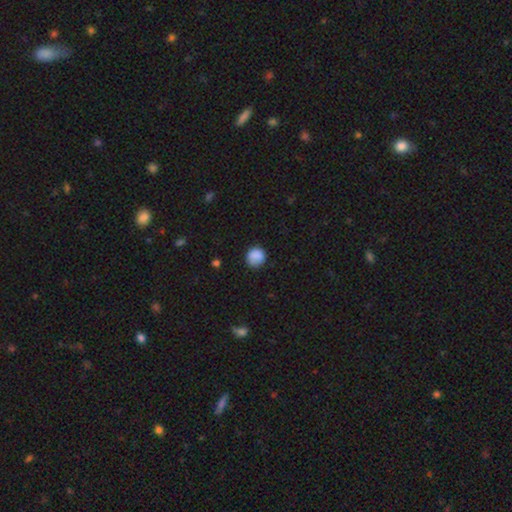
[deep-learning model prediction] Smooth or featured: smooth — 86% (star or artifact — 9%)
How rounded: round — 87% (in between — 12%)
Merging: none — 79% (minor disturbance — 16%)